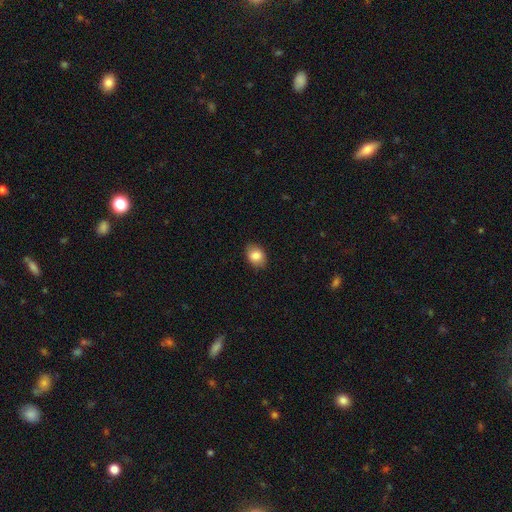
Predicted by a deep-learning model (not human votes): A smooth galaxy with no disk features (85%) that is in between round and cigar-shaped (70%).

Vote fractions:
- Smooth or featured? smooth: 85% / star or artifact: 8% / featured or disk: 7%
- How rounded? in between: 70% / round: 29% / cigar-shaped: 1%
- Merging? none: 88% / minor disturbance: 9% / major disturbance: 2% / merger: 1%